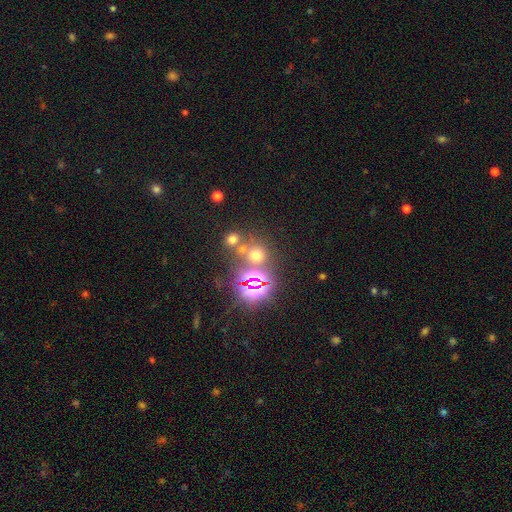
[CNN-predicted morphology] This is possibly a smooth galaxy (50%). Merging: likely none (65%).